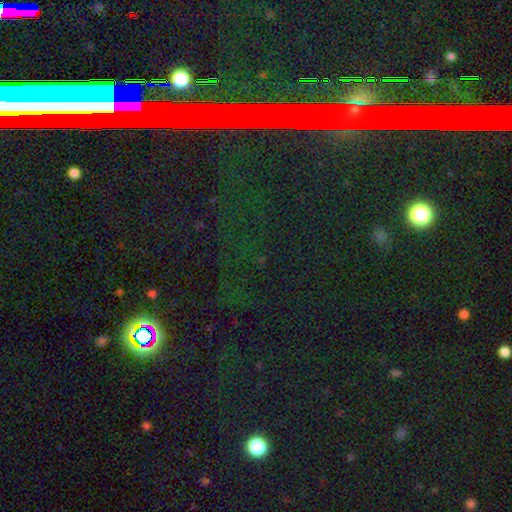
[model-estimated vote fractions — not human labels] A star or artifact, not a galaxy (76%).

Vote fractions:
- Smooth or featured? star or artifact: 76% / smooth: 13% / featured or disk: 11%